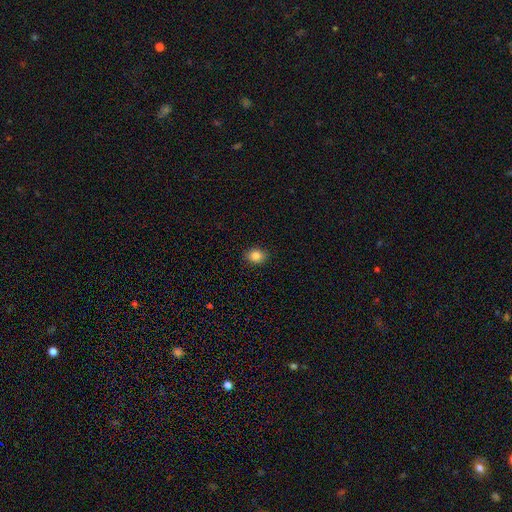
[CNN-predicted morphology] A smooth galaxy with no disk features (85%) that is round (51%). Merging: none (90%).